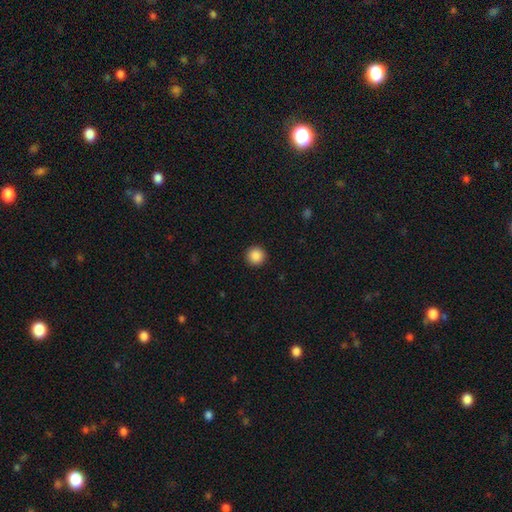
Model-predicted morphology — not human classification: This is clearly a smooth galaxy (88%). How rounded: clearly round (96%). Merging: clearly none (93%).